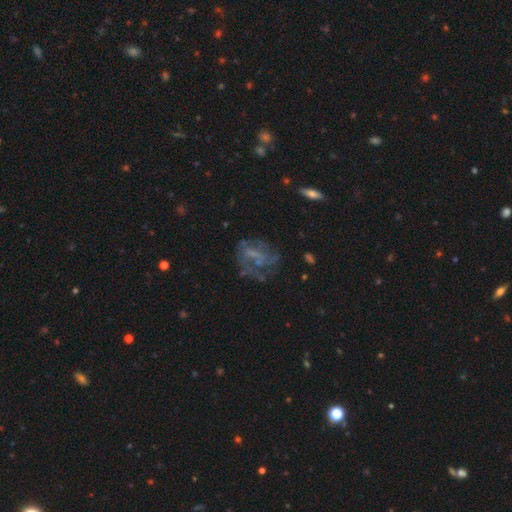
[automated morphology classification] Smooth or featured? Predicted: featured or disk (p=0.59). Edge-on disk? Predicted: no (p=0.96). Bar? Predicted: no (p=0.58). Spiral arms? Predicted: yes (p=0.52). Bulge size? Predicted: none (p=0.51). Merging? Predicted: none (p=0.49).